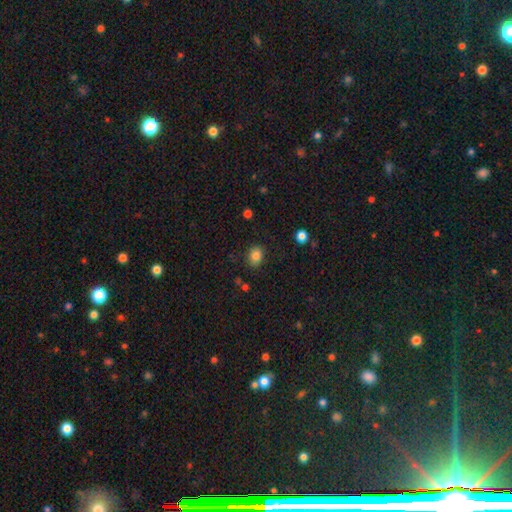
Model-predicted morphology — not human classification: This appears to be a smooth galaxy with no disk features (84%) that is in between round and cigar-shaped (53%). Merging: none (84%).